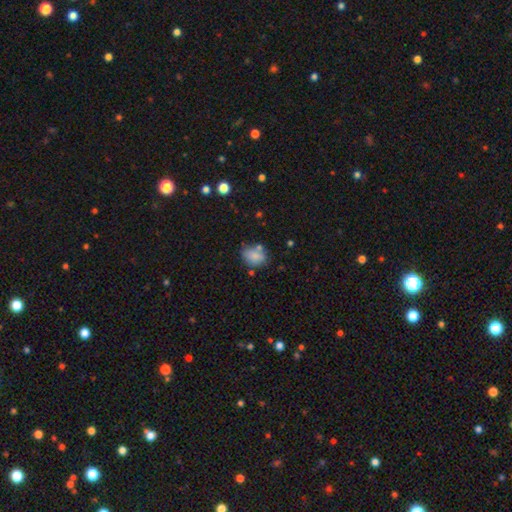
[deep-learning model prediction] smooth 81%, featured or disk 10%, star or artifact 9%. Down the decision tree: how rounded — in between (67%); merging — none (64%).